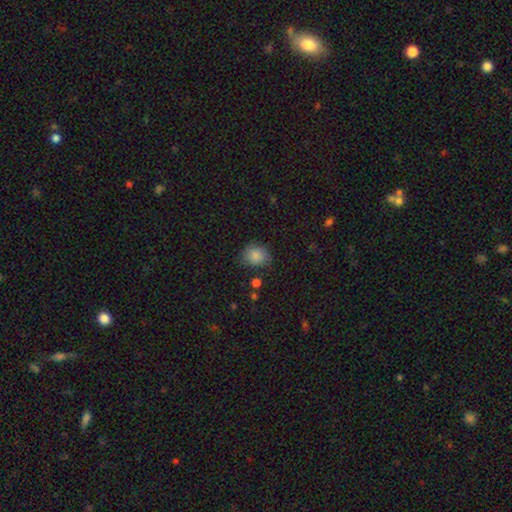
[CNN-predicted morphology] A smooth galaxy with no disk features (85%) that is round (67%). Merging: none (71%).